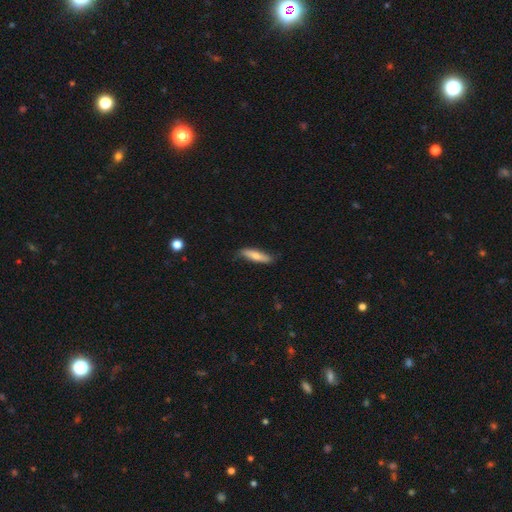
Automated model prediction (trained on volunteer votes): A smooth galaxy with no disk features (66%) that is cigar-shaped (75%). Merging: none (77%).